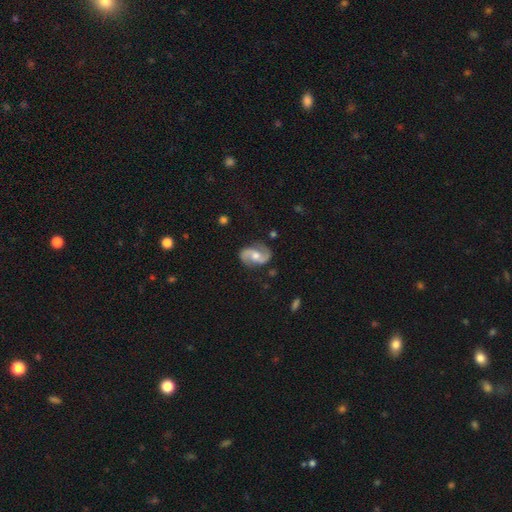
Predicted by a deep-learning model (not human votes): The model was most divided on "spiral winding": medium: 45%, loose: 43%, tight: 12%. Remaining: edge-on disk — no (98%); spiral arms — yes (96%); spiral arm count — 2 (94%); smooth or featured — featured or disk (86%); merging — none (81%); bulge size — moderate (70%); bar — no (48%).